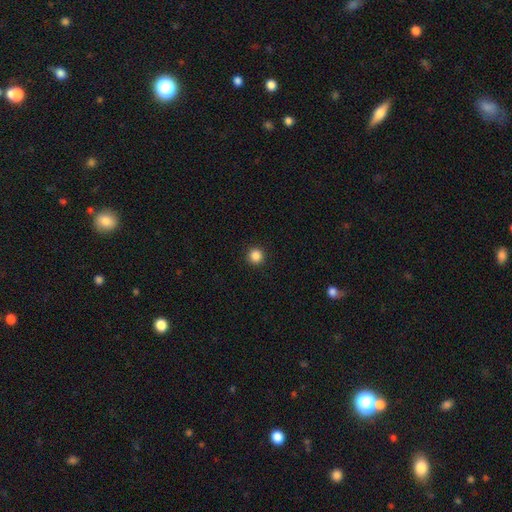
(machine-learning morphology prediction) smooth_or_featured: smooth (p=0.86) [alt: star or artifact p=0.11]
how_rounded: round (p=0.96) [alt: in between p=0.03]
merging: none (p=0.94) [alt: minor disturbance p=0.04]